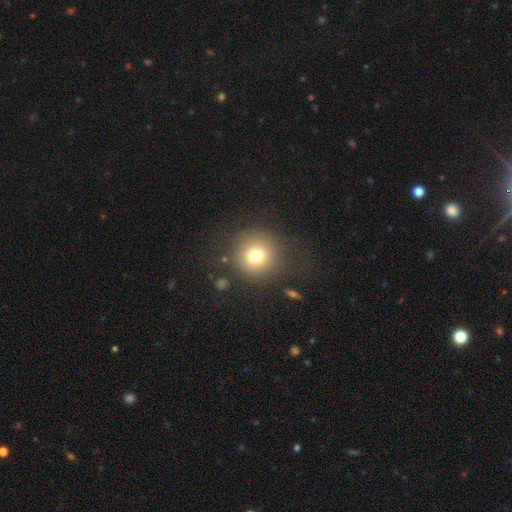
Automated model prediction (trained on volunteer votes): A smooth galaxy with no disk features (74%) that is round (93%). Merging: none (80%).